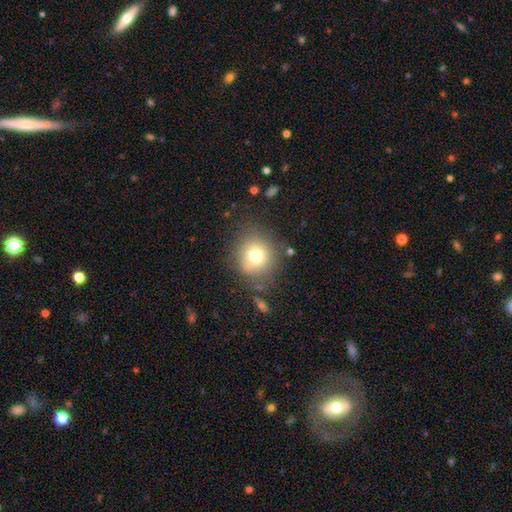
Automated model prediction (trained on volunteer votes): smooth_or_featured: smooth (p=0.73) [alt: featured or disk p=0.14]
how_rounded: round (p=0.87) [alt: in between p=0.12]
merging: none (p=0.77) [alt: minor disturbance p=0.14]